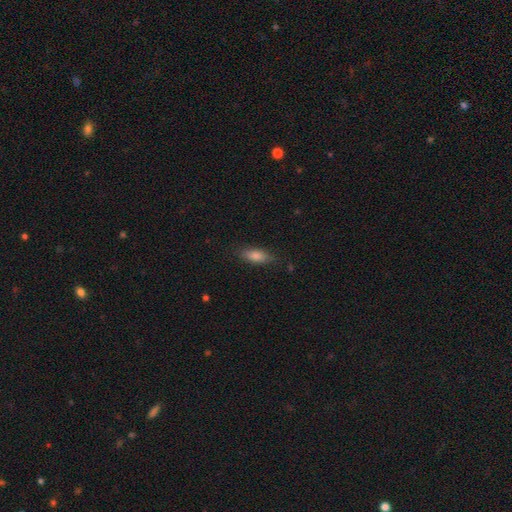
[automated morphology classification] A smooth galaxy with no disk features (79%) that is in between round and cigar-shaped (73%). Merging: none (83%).